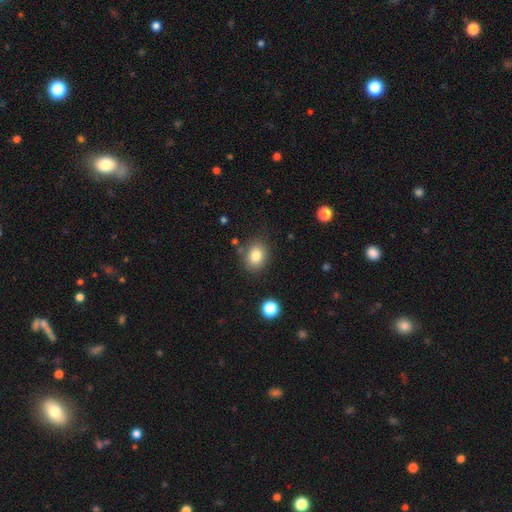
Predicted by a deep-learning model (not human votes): Smooth or featured? Predicted: smooth (p=0.82). How rounded? Predicted: in between (p=0.51). Merging? Predicted: none (p=0.81).